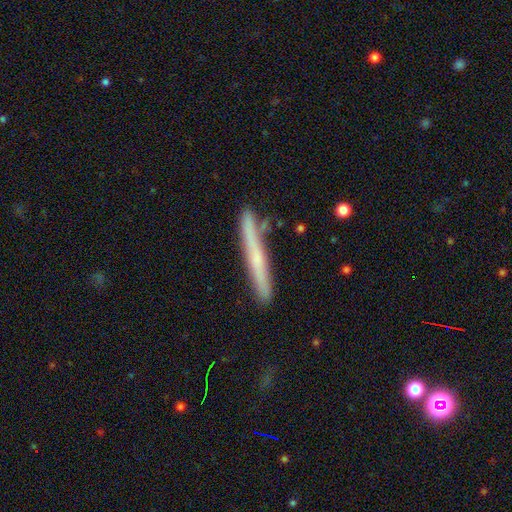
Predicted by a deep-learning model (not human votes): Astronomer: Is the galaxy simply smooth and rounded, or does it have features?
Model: featured or disk — 47% (runner-up: smooth, 46%).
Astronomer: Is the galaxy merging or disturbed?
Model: none — 83%.